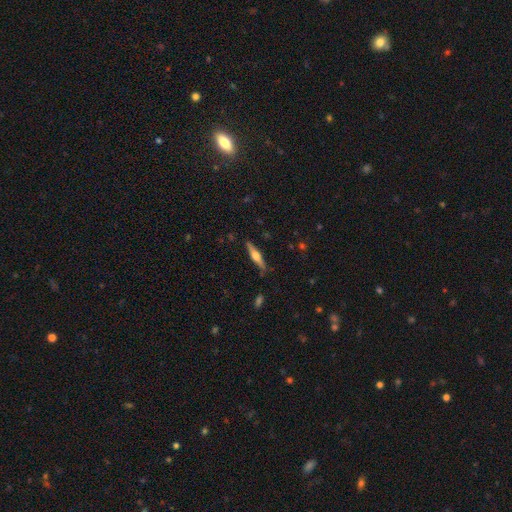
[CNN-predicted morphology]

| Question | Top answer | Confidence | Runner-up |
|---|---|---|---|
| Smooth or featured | featured or disk | 66% | smooth (29%) |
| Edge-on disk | yes | 97% | no (3%) |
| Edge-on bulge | rounded | 91% | boxy (6%) |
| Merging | none | 86% | minor disturbance (10%) |